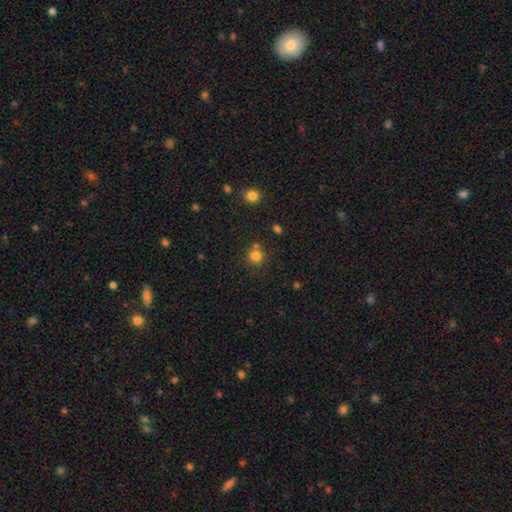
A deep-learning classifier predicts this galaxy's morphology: Smooth or featured: smooth — 80% (star or artifact — 14%)
How rounded: round — 89% (in between — 10%)
Merging: none — 69% (merger — 17%)